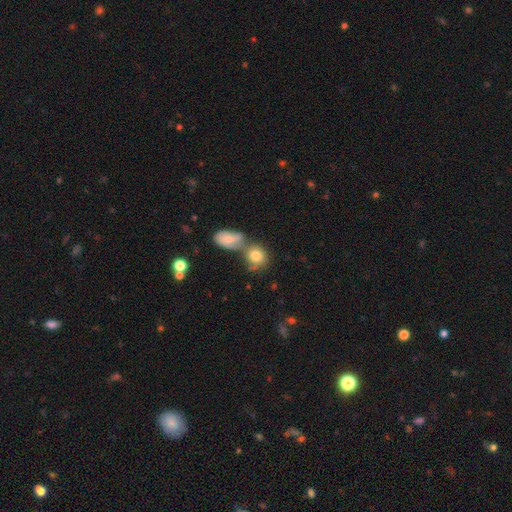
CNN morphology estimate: Q: Smooth or featured?
A: smooth (74%); runner-up: featured or disk (18%)
Q: How rounded?
A: round (71%); runner-up: in between (28%)
Q: Merging?
A: merger (47%); runner-up: none (35%)